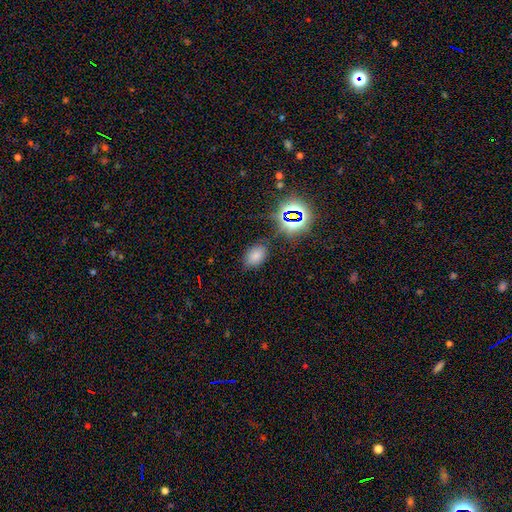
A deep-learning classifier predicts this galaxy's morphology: smooth 71%, star or artifact 21%, featured or disk 8%. Down the decision tree: how rounded — in between (84%); merging — none (81%).